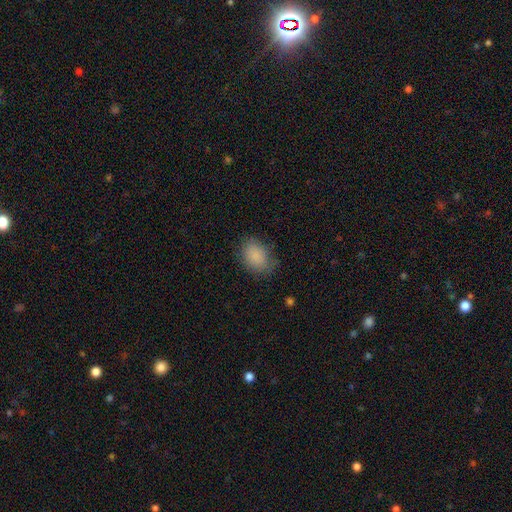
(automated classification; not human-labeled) smooth-or-featured: smooth: 87% | star or artifact: 8% | featured or disk: 5%
  how-rounded: in between: 77% | round: 22% | cigar-shaped: 1%
  merging: none: 76% | minor disturbance: 18% | major disturbance: 5% | merger: 1%